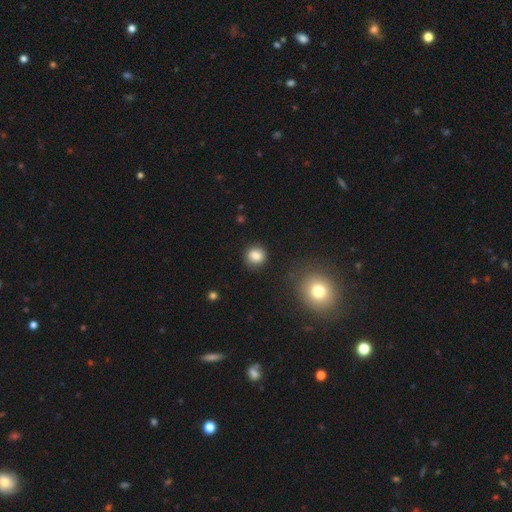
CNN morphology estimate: type=smooth (85%); roundness=round (85%); merging=none (86%).